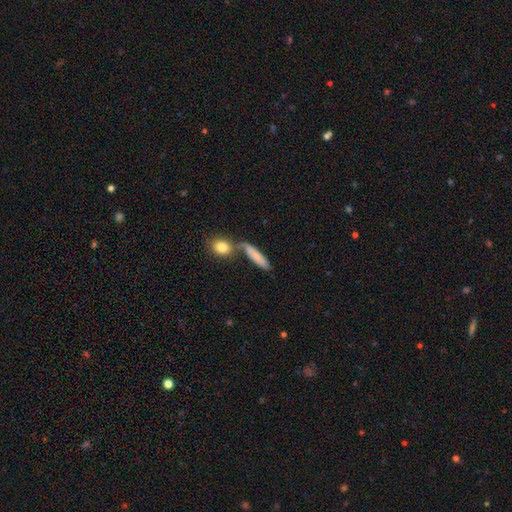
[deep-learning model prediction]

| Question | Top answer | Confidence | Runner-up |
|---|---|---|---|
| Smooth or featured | smooth | 76% | featured or disk (17%) |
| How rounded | cigar-shaped | 64% | in between (32%) |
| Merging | none | 55% | merger (25%) |